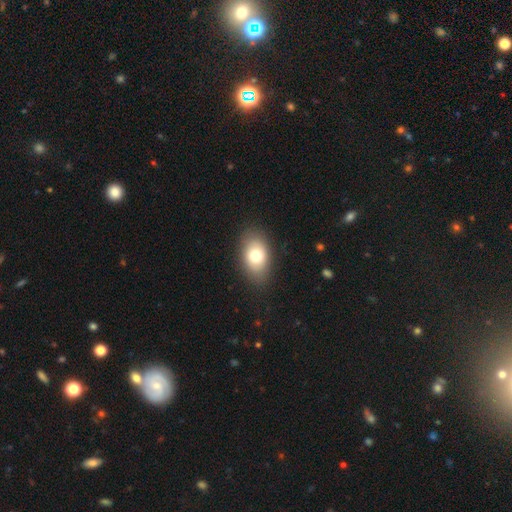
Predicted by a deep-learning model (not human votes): The model was most divided on "smooth or featured": smooth: 76%, featured or disk: 16%, star or artifact: 8%. More confident: how rounded — in between (86%); merging — none (85%).